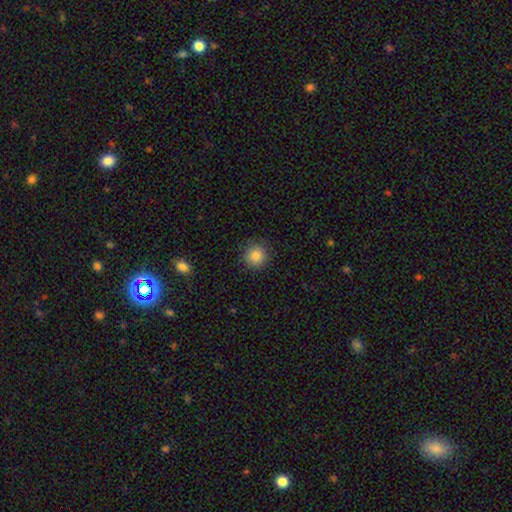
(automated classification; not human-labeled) A smooth galaxy with no disk features (85%) that is round (94%). Merging: none (90%).